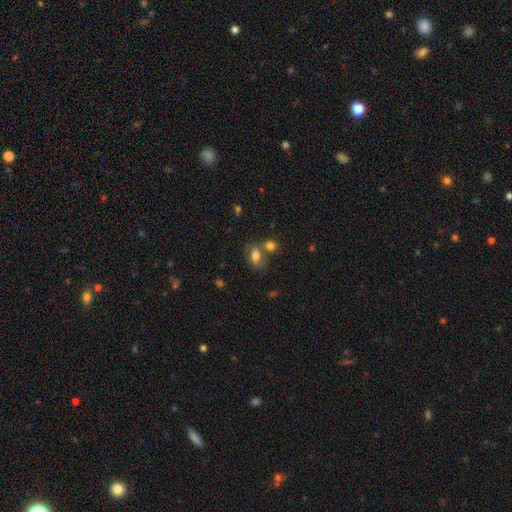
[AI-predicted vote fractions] This appears to be a smooth galaxy with no disk features (67%) that is in between round and cigar-shaped (76%). Merging: none (49%).